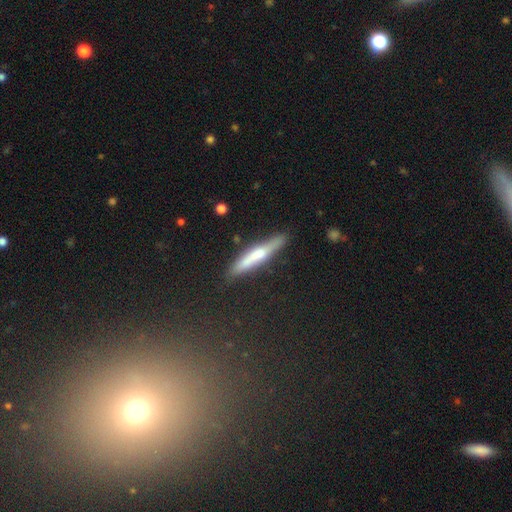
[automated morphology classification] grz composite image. It shows a featured or disk galaxy (47%). Merging: none (83%).